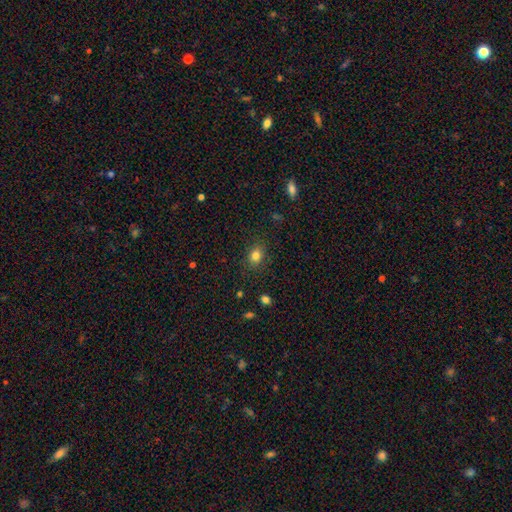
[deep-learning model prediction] Smooth or featured? smooth (82%)
How rounded? in between (55%)
Merging? none (85%)